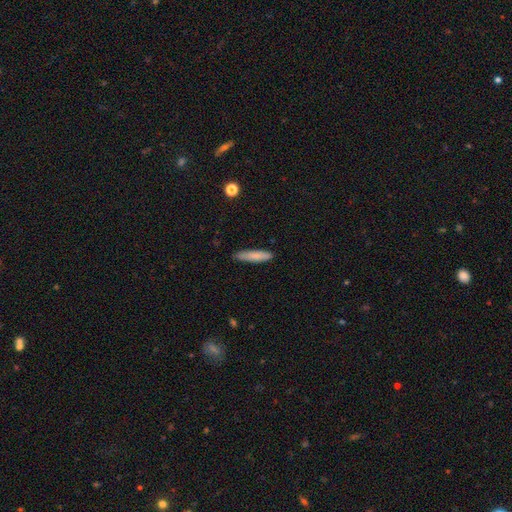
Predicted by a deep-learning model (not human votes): Smooth or featured? Predicted: smooth (p=0.81). How rounded? Predicted: cigar-shaped (p=0.86). Merging? Predicted: none (p=0.86).